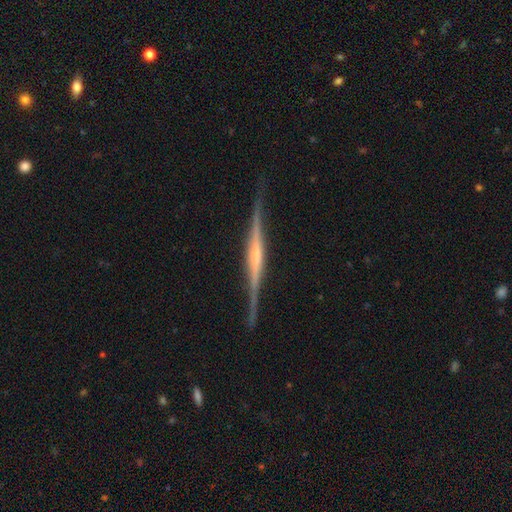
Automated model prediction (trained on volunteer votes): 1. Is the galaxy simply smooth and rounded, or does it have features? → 83% featured or disk, 12% smooth, 5% star or artifact.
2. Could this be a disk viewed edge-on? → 98% yes, 2% no.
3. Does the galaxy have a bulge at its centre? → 46% rounded, 27% none, 27% boxy.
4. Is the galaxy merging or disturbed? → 87% none, 10% minor disturbance, 2% major disturbance, 1% merger.